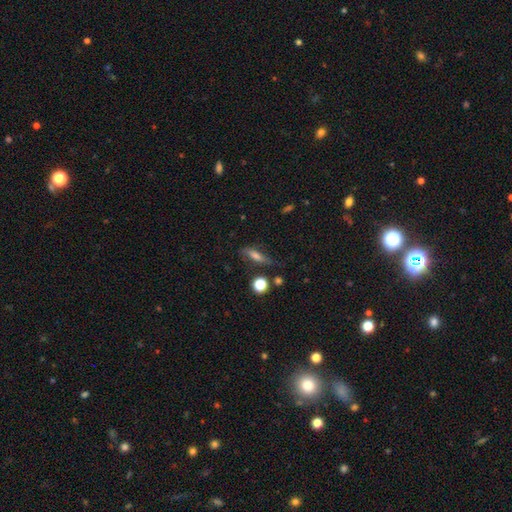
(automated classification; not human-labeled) This is possibly a smooth galaxy (59%). How rounded: possibly cigar-shaped (60%). Merging: possibly none (60%).